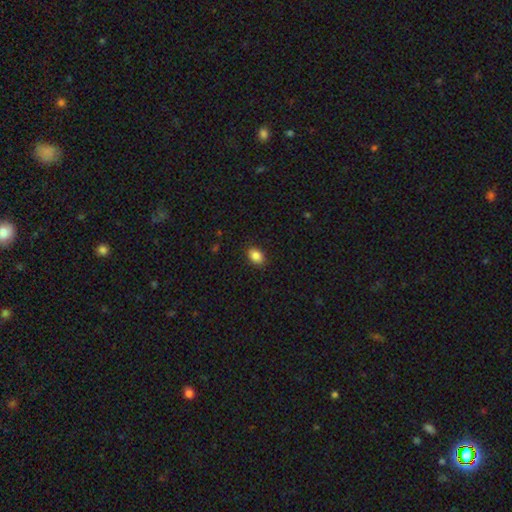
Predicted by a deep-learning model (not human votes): Overall: smooth (87%). How rounded: in between (77%). Merging: none (89%).